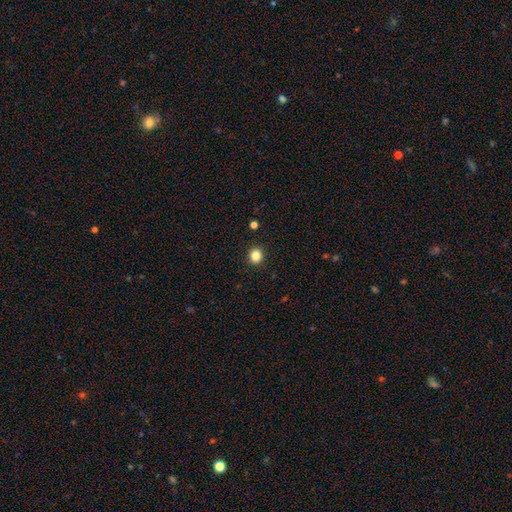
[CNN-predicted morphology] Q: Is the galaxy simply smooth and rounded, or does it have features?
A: smooth — 84%.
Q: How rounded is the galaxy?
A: round — 79%.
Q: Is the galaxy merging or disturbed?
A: none — 92%.